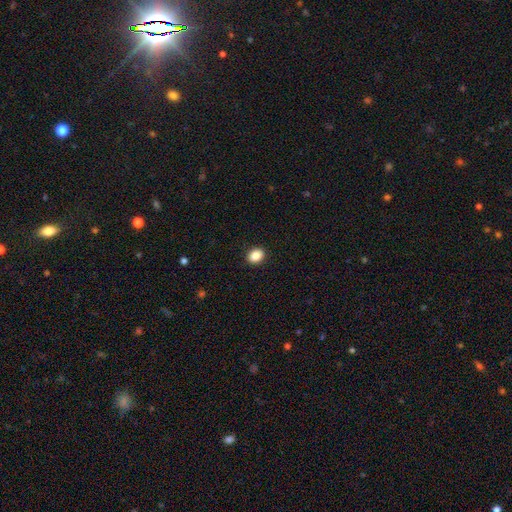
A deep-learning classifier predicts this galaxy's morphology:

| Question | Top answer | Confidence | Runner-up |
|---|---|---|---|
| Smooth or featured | smooth | 88% | star or artifact (9%) |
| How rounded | in between | 53% | round (46%) |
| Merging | none | 91% | minor disturbance (6%) |